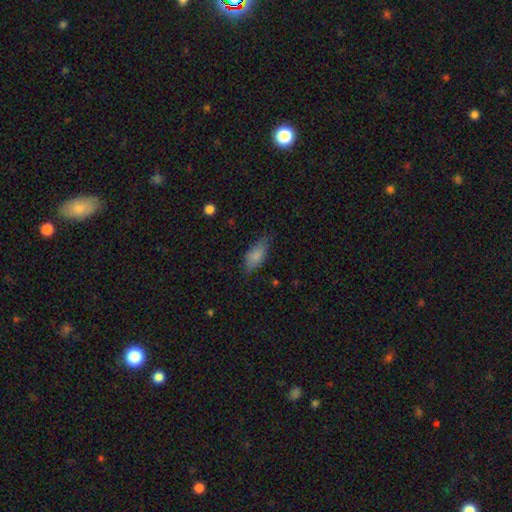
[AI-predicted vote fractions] This is clearly a smooth galaxy (83%). How rounded: clearly in between (86%). Merging: likely none (70%).